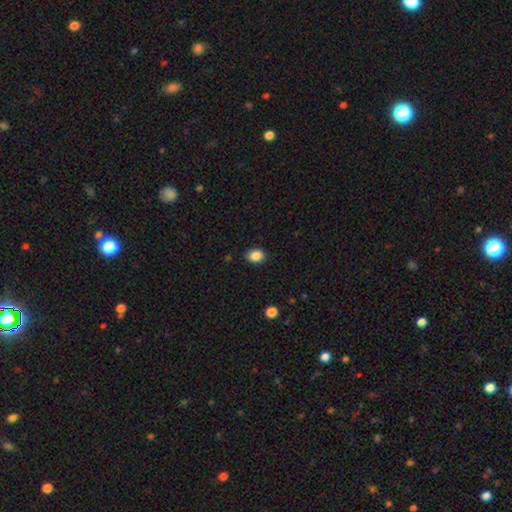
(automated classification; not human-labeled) Smooth or featured? Predicted: smooth (p=0.87). How rounded? Predicted: in between (p=0.62). Merging? Predicted: none (p=0.87).